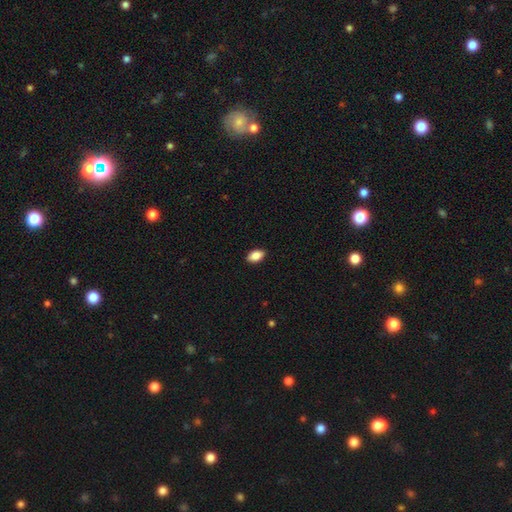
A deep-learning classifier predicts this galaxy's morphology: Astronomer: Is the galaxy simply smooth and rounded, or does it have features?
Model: smooth — 87%.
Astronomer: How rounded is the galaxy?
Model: in between — 91%.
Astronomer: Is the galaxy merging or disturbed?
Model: none — 90%.